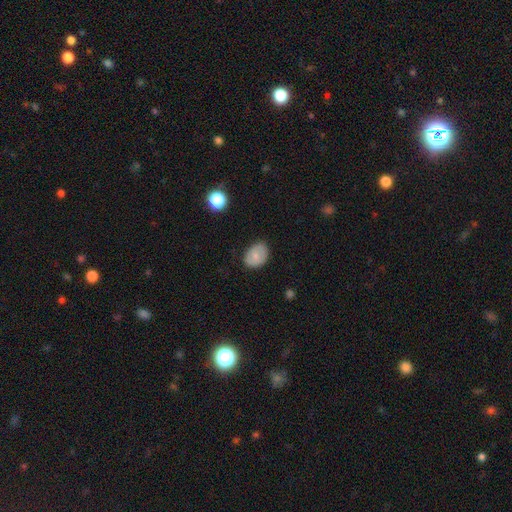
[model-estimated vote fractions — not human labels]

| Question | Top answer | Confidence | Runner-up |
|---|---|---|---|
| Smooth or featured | smooth | 69% | featured or disk (23%) |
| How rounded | in between | 69% | round (30%) |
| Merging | none | 78% | minor disturbance (17%) |